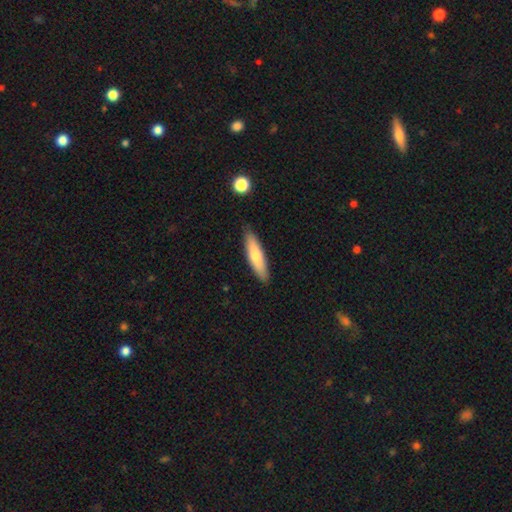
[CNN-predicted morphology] Smooth or featured? Predicted: smooth (p=0.67). How rounded? Predicted: cigar-shaped (p=0.75). Merging? Predicted: none (p=0.88).